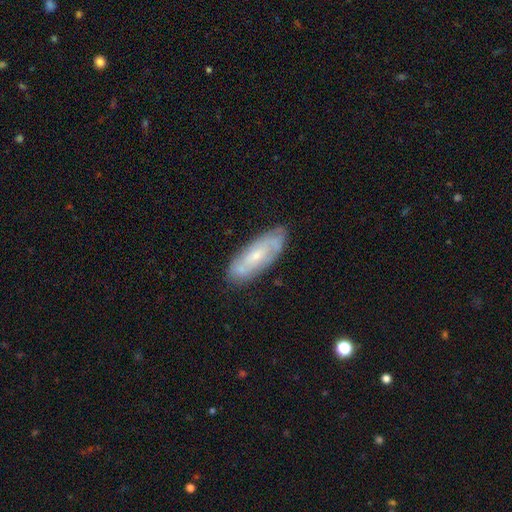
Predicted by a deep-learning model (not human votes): A featured or disk galaxy (63%) with no bar (60%), spiral arms (77%) and a small central bulge (62%).

Vote fractions:
- Smooth or featured? featured or disk: 63% / smooth: 30% / star or artifact: 7%
- Edge-on disk? no: 84% / yes: 16%
- Bar? no: 60% / weak: 33% / strong: 8%
- Spiral arms? yes: 77% / no: 23%
- Bulge size? small: 62% / moderate: 32% / none: 4% / large: 2% / dominant: 1%
- Merging? none: 77% / minor disturbance: 17% / major disturbance: 4% / merger: 2%